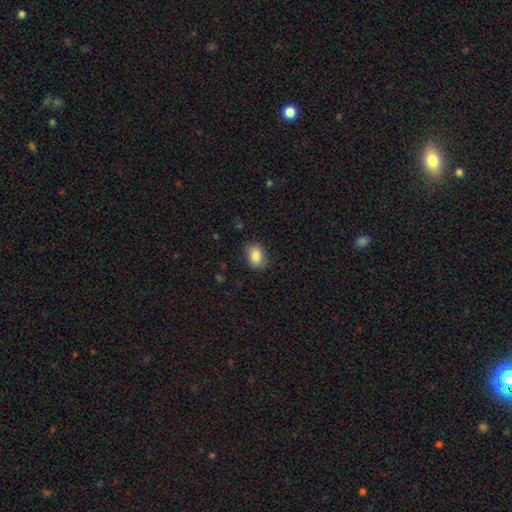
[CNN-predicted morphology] smooth_or_featured: smooth (p=0.84) [alt: star or artifact p=0.08]
how_rounded: in between (p=0.75) [alt: round p=0.24]
merging: none (p=0.83) [alt: minor disturbance p=0.13]